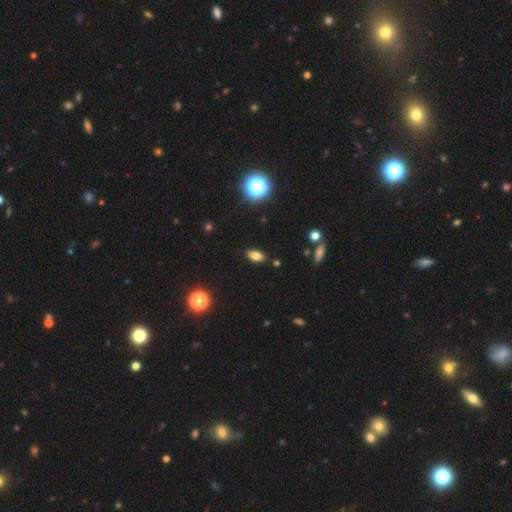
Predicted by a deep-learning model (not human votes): Morphology: type=smooth (76%); roundness=in between (87%); merging=none (87%).